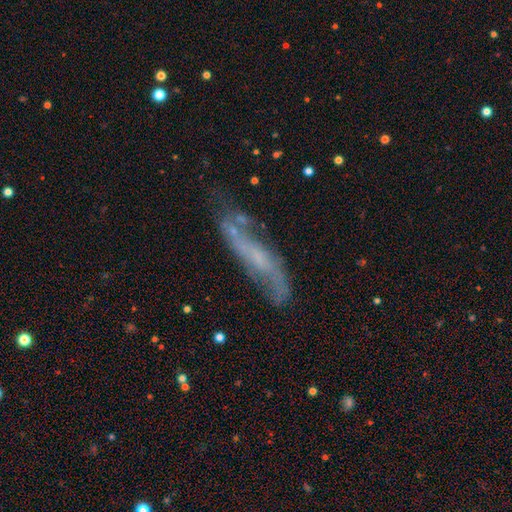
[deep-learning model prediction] A featured or disk galaxy (68%).

Vote fractions:
- Smooth or featured? featured or disk: 68% / smooth: 22% / star or artifact: 10%
- Edge-on disk? no: 65% / yes: 35%
- Merging? none: 57% / minor disturbance: 24% / major disturbance: 13% / merger: 6%